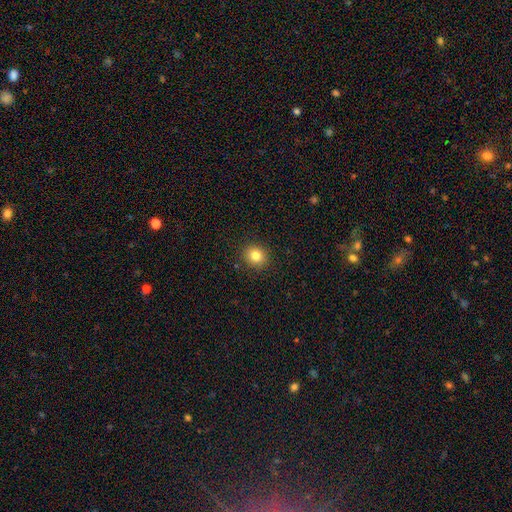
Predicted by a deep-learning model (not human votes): Smooth or featured: smooth — 82% (star or artifact — 11%)
How rounded: round — 80% (in between — 19%)
Merging: none — 90% (minor disturbance — 7%)